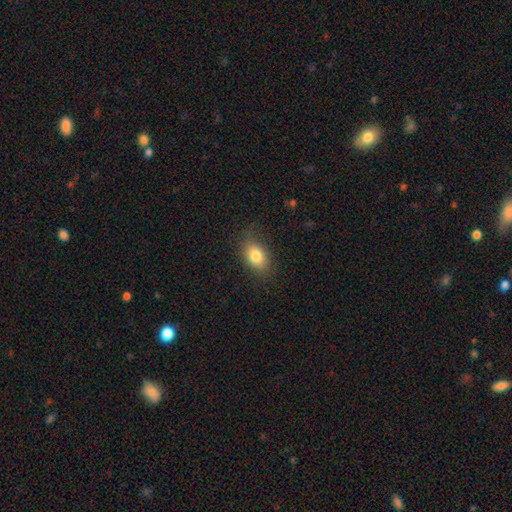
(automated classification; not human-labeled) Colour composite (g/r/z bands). It shows a smooth galaxy with no disk features (82%) that is in between round and cigar-shaped (85%). Merging: none (80%).